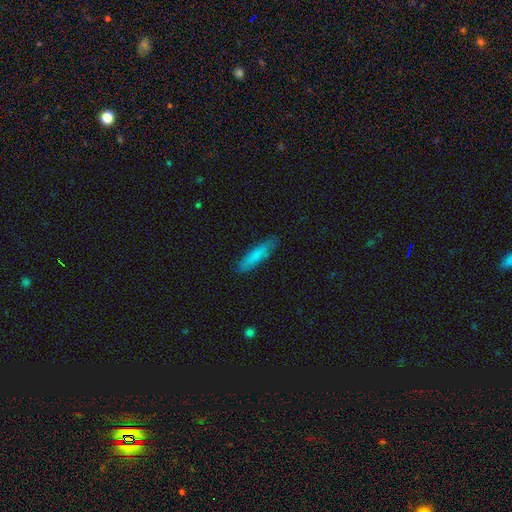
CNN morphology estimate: This is clearly a smooth galaxy (81%). How rounded: likely cigar-shaped (79%). Merging: clearly none (84%).